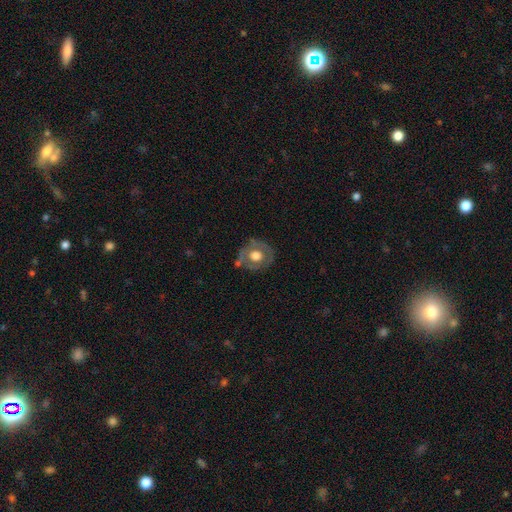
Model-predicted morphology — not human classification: Smooth or featured? Predicted: featured or disk (p=0.48). Merging? Predicted: none (p=0.68).